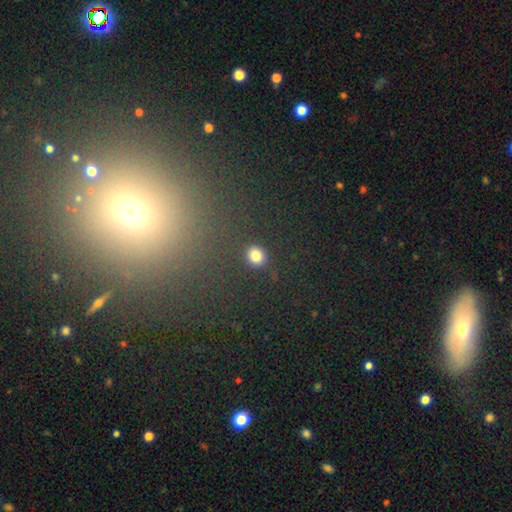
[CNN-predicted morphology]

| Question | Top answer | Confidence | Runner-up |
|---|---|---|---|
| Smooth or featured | smooth | 82% | star or artifact (13%) |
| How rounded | round | 77% | in between (22%) |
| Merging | none | 89% | minor disturbance (7%) |